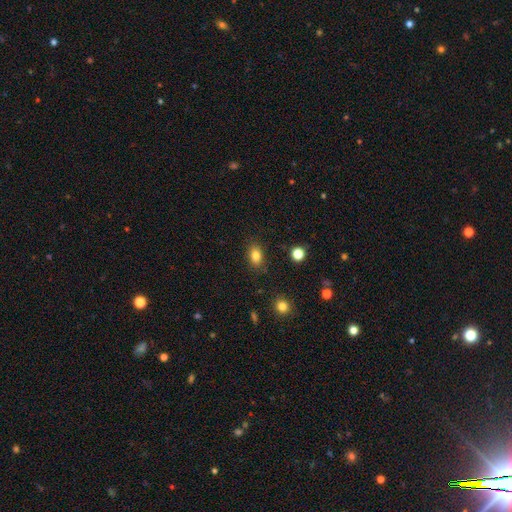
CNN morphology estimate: Smooth or featured?
  - smooth: 83% *
  - star or artifact: 10%
  - featured or disk: 7%
How rounded?
  - in between: 77% *
  - round: 21%
  - cigar-shaped: 2%
Merging?
  - none: 85% *
  - minor disturbance: 10%
  - major disturbance: 3%
  - merger: 2%